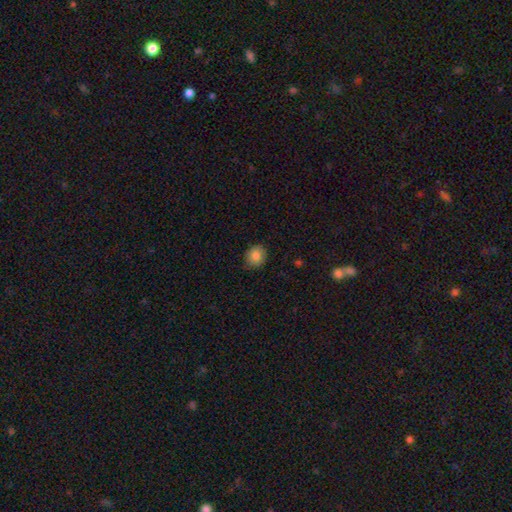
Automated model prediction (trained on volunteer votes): Smooth or featured?
  - smooth: 82% *
  - star or artifact: 9%
  - featured or disk: 8%
How rounded?
  - round: 74% *
  - in between: 25%
  - cigar-shaped: 1%
Merging?
  - none: 84% *
  - minor disturbance: 13%
  - major disturbance: 2%
  - merger: 1%